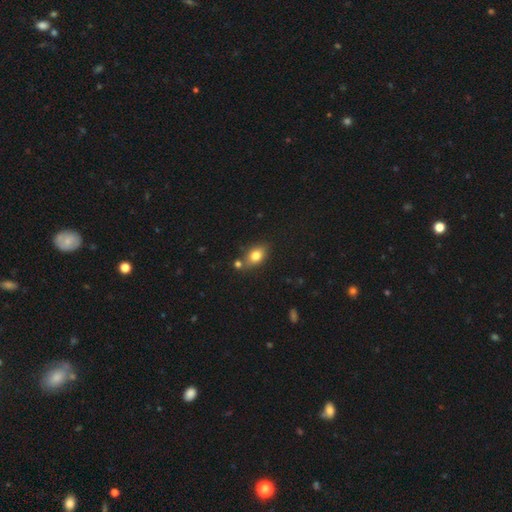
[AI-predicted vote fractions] smooth-or-featured: smooth: 78% | featured or disk: 12% | star or artifact: 10%
  how-rounded: in between: 75% | round: 22% | cigar-shaped: 3%
  merging: none: 67% | minor disturbance: 15% | merger: 14% | major disturbance: 4%